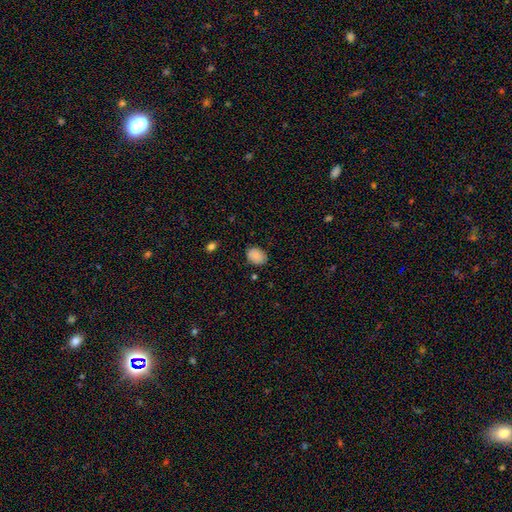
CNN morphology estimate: A smooth galaxy with no disk features (87%) that is in between round and cigar-shaped (70%).

Vote fractions:
- Smooth or featured? smooth: 87% / star or artifact: 8% / featured or disk: 5%
- How rounded? in between: 70% / round: 30% / cigar-shaped: 1%
- Merging? none: 81% / minor disturbance: 15% / major disturbance: 3% / merger: 1%